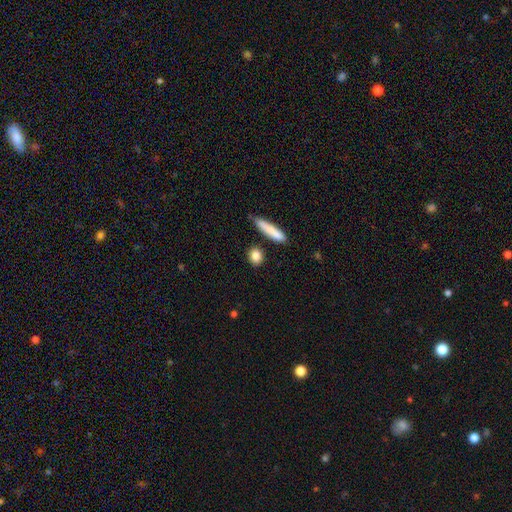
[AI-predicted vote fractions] This is clearly a smooth galaxy (85%). How rounded: possibly round (53%). Merging: clearly none (84%).